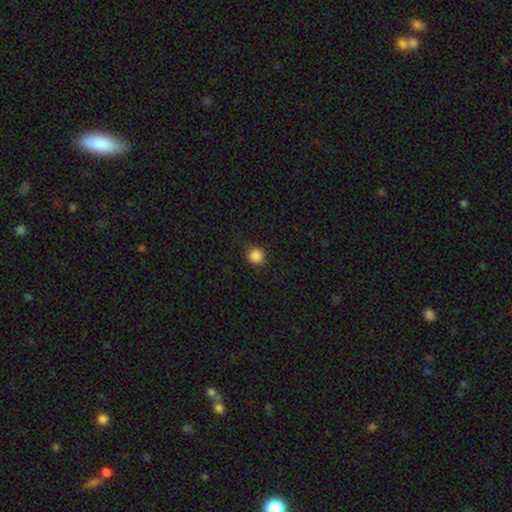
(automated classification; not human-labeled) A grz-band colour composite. It shows a smooth galaxy with no disk features (87%) that is round (93%). Merging: none (89%).